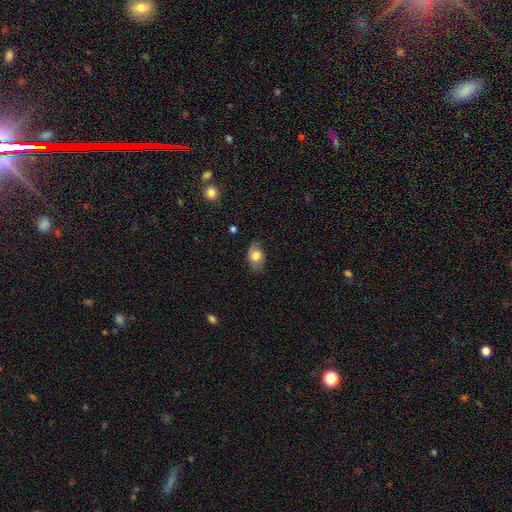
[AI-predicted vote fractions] The model was most divided on "merging": none: 73%, minor disturbance: 22%, major disturbance: 5%, merger: 1%. More confident: how rounded — in between (84%); smooth or featured — smooth (75%).